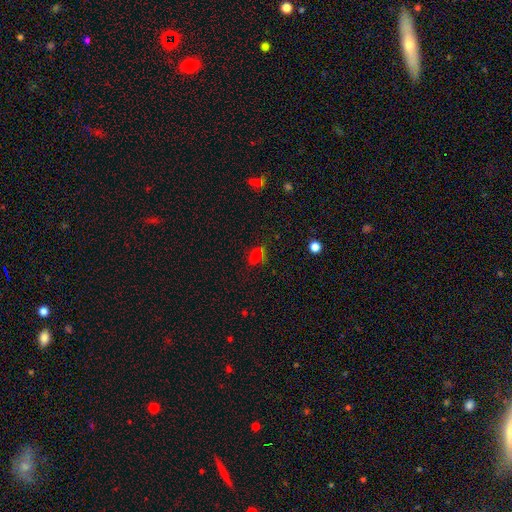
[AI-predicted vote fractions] Morphology: type=smooth (55%); roundness=in between (69%); merging=none (56%).